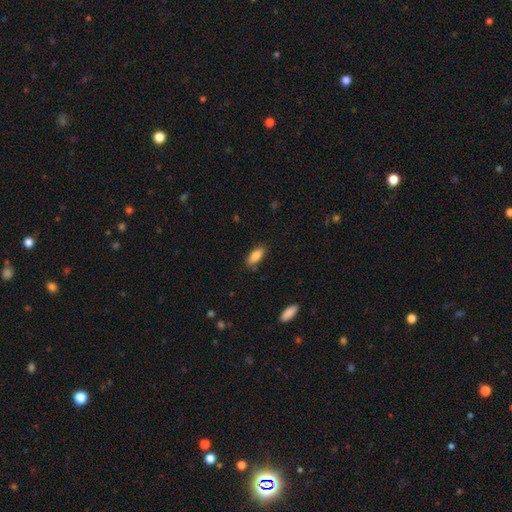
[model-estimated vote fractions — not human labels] Smooth or featured? smooth (84%)
How rounded? in between (72%)
Merging? none (83%)